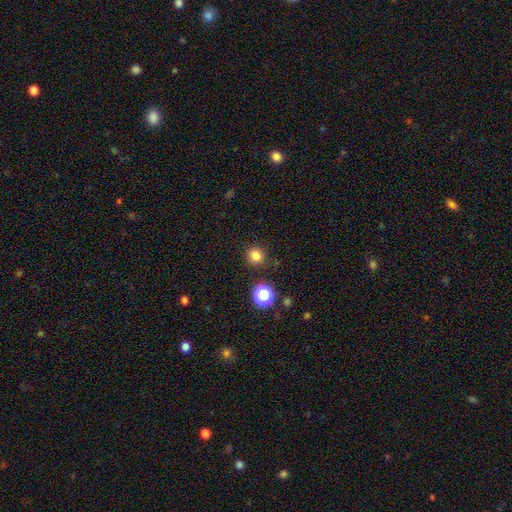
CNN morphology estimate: Q: Smooth or featured?
A: smooth (81%); runner-up: star or artifact (14%)
Q: How rounded?
A: round (90%); runner-up: in between (10%)
Q: Merging?
A: none (89%); runner-up: minor disturbance (6%)